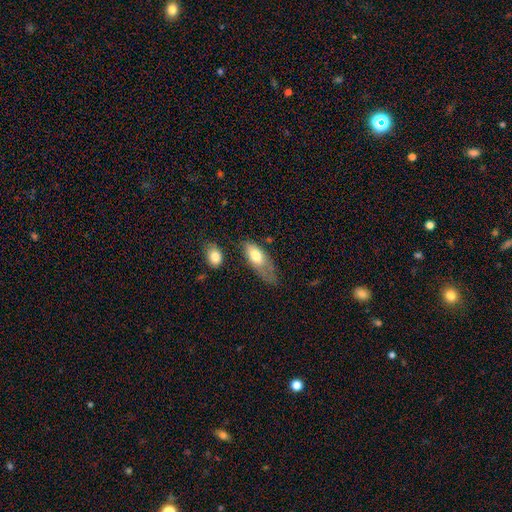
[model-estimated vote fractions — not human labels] Smooth or featured? Predicted: smooth (p=0.71). How rounded? Predicted: in between (p=0.81). Merging? Predicted: minor disturbance (p=0.35).